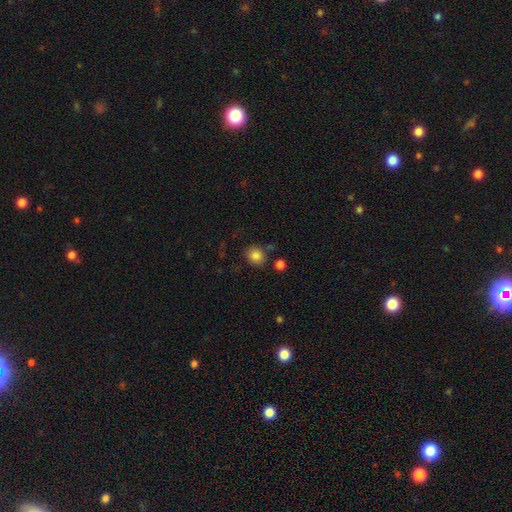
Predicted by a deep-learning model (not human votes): A smooth galaxy with no disk features (84%) that is round (79%). Merging: none (80%).